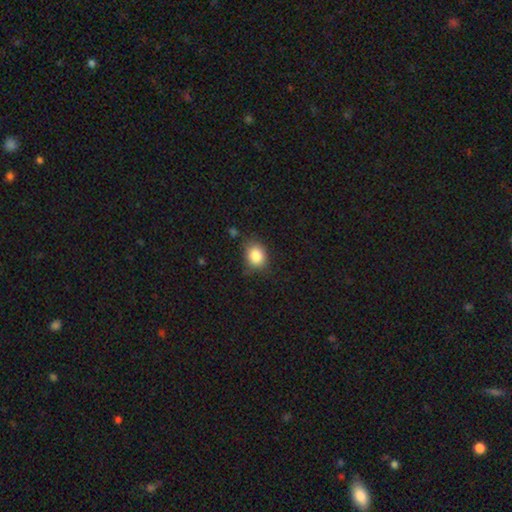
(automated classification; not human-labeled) Smooth or featured: smooth — 84% (star or artifact — 10%)
How rounded: round — 56% (in between — 43%)
Merging: none — 75% (minor disturbance — 19%)